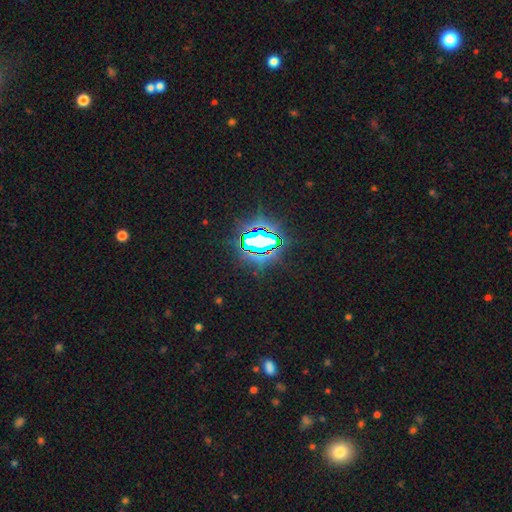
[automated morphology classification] This appears to be a star or artifact, not a galaxy (84%).